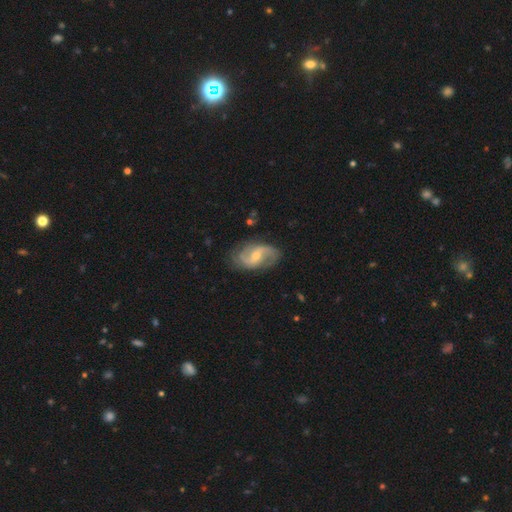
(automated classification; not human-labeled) This appears to be a featured or disk galaxy (84%) with a weak bar (51%), 2 (85%) medium (45%) spiral arms (95%) and a small central bulge (48%). Merging: none (76%).